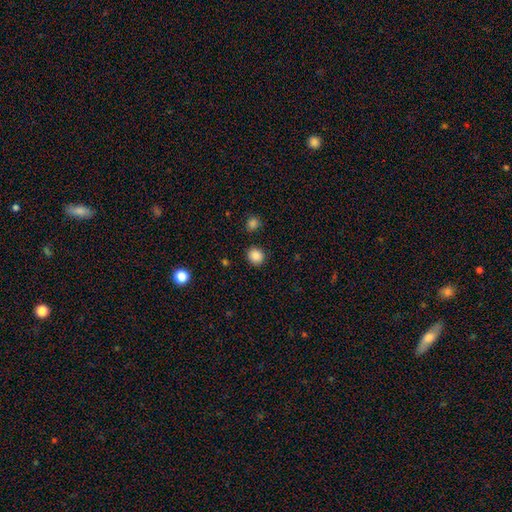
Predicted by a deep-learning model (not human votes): Q: Smooth or featured?
A: smooth (87%); runner-up: star or artifact (10%)
Q: How rounded?
A: round (83%); runner-up: in between (16%)
Q: Merging?
A: none (88%); runner-up: minor disturbance (8%)